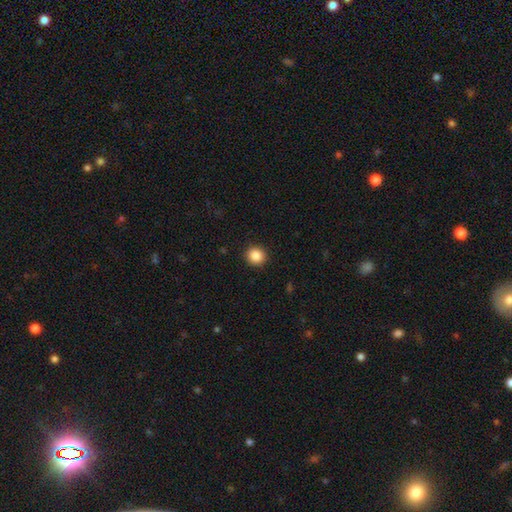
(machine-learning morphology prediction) smooth_or_featured: smooth (p=0.88) [alt: star or artifact p=0.09]
how_rounded: round (p=0.89) [alt: in between p=0.10]
merging: none (p=0.91) [alt: minor disturbance p=0.06]